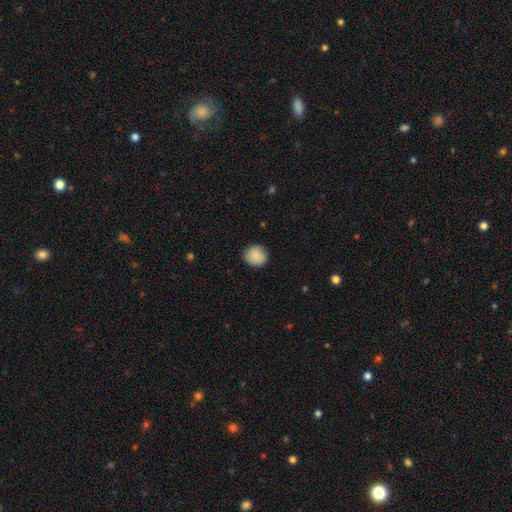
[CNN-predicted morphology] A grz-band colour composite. It shows a smooth galaxy with no disk features (88%) that is round (88%). Merging: none (88%).